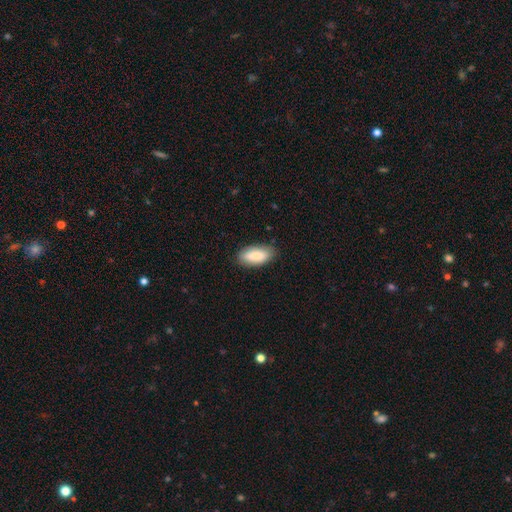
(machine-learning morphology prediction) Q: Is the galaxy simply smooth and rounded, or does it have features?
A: smooth — 83%.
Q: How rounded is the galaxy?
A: in between — 89%.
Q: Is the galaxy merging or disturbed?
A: none — 82%.